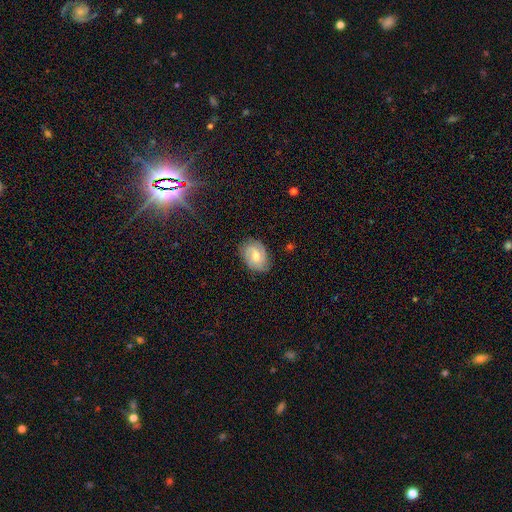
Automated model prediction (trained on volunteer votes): Smooth or featured?
  - featured or disk: 60% *
  - smooth: 32%
  - star or artifact: 8%
Edge-on disk?
  - no: 97% *
  - yes: 3%
Bar?
  - no: 47% *
  - weak: 45%
  - strong: 8%
Spiral arms?
  - yes: 92% *
  - no: 8%
Spiral winding?
  - tight: 47% *
  - medium: 40%
  - loose: 13%
Spiral arm count?
  - 2: 32% *
  - 3: 28%
  - can't tell: 25%
  - 4: 7%
  - 1: 4%
  - more than 4: 4%
Bulge size?
  - moderate: 53% *
  - small: 36%
  - large: 5%
  - none: 5%
  - dominant: 1%
Merging?
  - none: 79% *
  - minor disturbance: 16%
  - major disturbance: 4%
  - merger: 1%